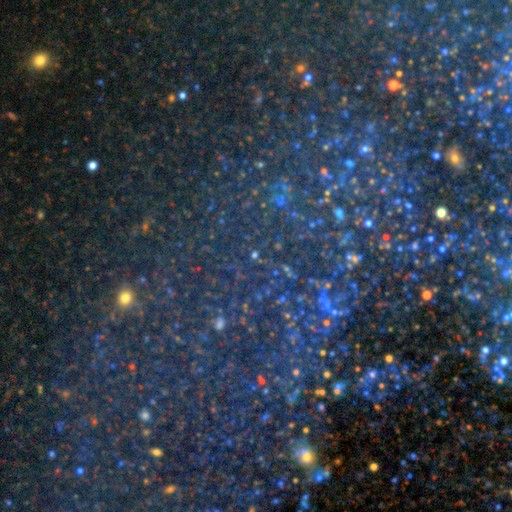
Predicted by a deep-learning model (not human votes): star or artifact 82%, smooth 11%, featured or disk 7%.